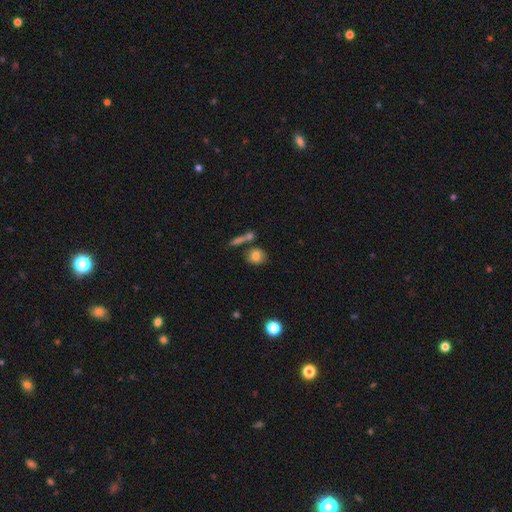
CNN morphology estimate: smooth_or_featured: smooth (p=0.79) [alt: featured or disk p=0.11]
how_rounded: round (p=0.61) [alt: in between p=0.36]
merging: none (p=0.63) [alt: merger p=0.18]